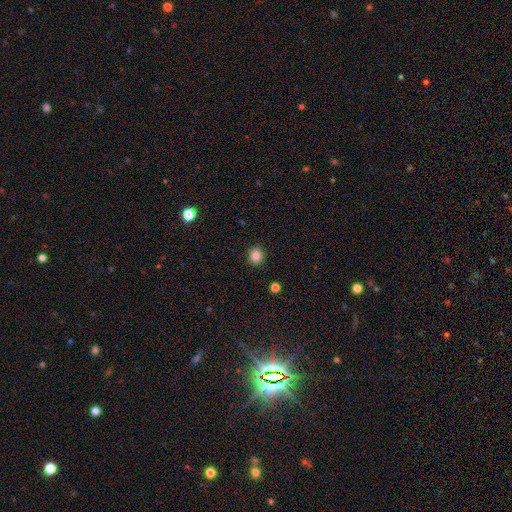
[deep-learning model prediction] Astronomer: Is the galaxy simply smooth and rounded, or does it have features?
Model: smooth — 84%.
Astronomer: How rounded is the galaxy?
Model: round — 83%.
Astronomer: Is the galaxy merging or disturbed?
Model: none — 91%.